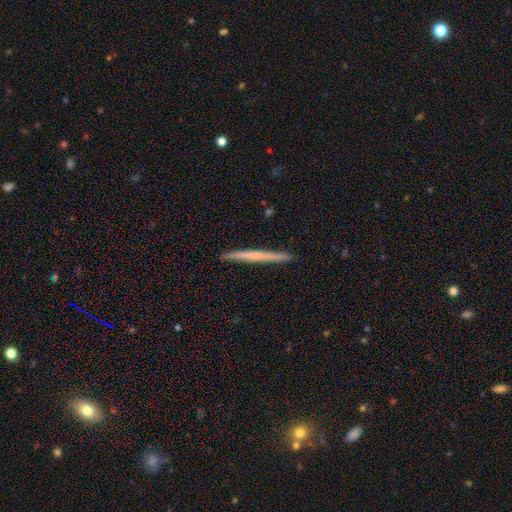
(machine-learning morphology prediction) Q: Smooth or featured?
A: featured or disk (51%); runner-up: smooth (43%)
Q: Edge-on disk?
A: yes (97%); runner-up: no (3%)
Q: Edge-on bulge?
A: none (73%); runner-up: rounded (23%)
Q: Merging?
A: none (92%); runner-up: minor disturbance (5%)